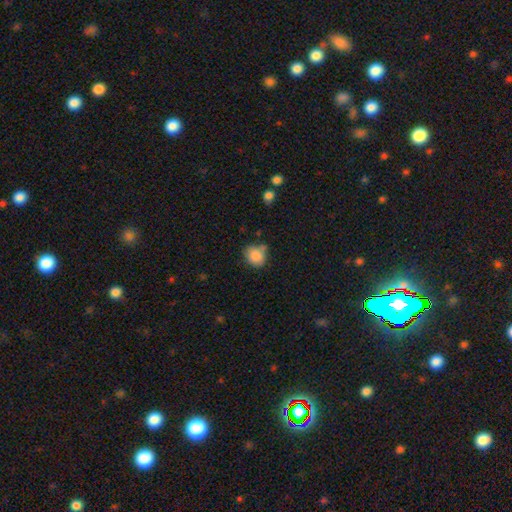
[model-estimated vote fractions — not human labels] Smooth or featured? Predicted: smooth (p=0.85). How rounded? Predicted: round (p=0.70). Merging? Predicted: none (p=0.62).